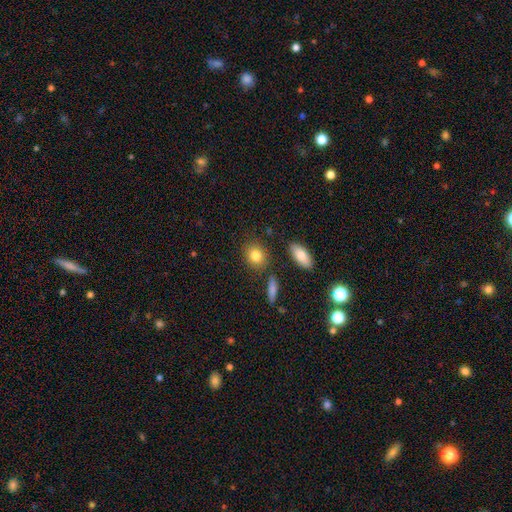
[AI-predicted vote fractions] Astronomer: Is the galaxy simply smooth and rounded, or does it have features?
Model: smooth — 82%.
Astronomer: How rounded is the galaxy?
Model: round — 59% (runner-up: in between, 39%).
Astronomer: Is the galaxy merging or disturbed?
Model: none — 80%.